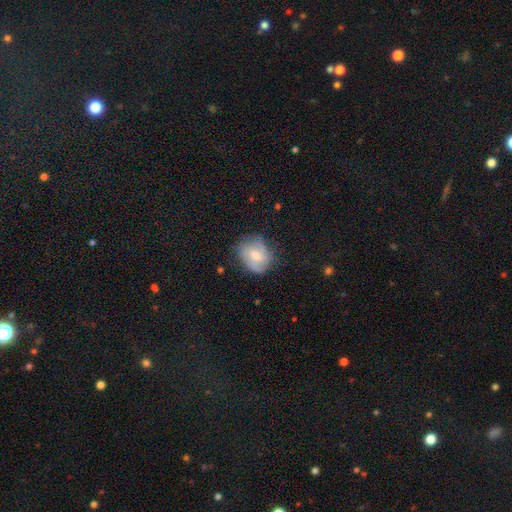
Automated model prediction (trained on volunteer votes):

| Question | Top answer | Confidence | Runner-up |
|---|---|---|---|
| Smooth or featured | featured or disk | 48% | smooth (45%) |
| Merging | none | 64% | minor disturbance (26%) |